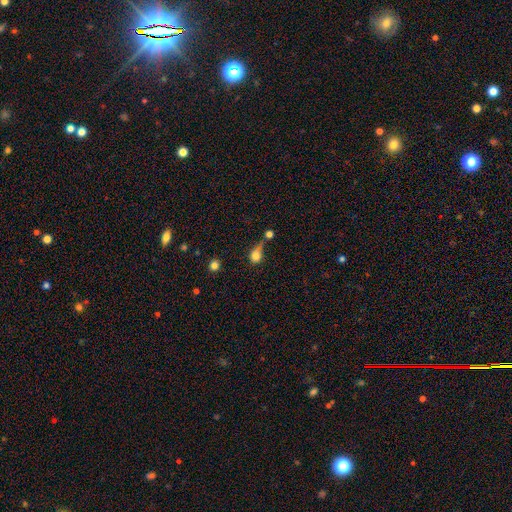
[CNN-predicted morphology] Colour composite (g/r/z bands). It shows a smooth galaxy with no disk features (75%) that is round (60%). Merging: none (30%).